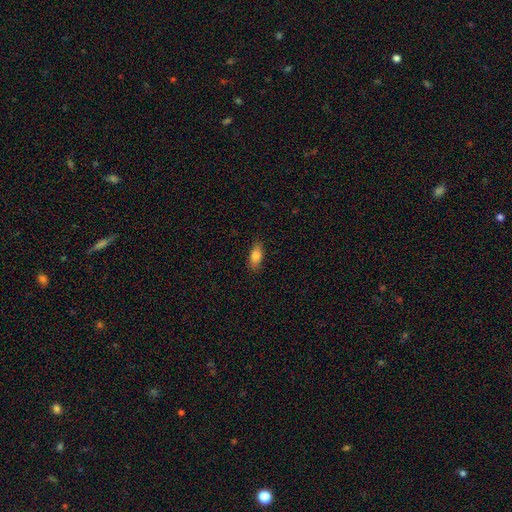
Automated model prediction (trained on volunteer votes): smooth_or_featured: smooth (p=0.82) [alt: featured or disk p=0.11]
how_rounded: in between (p=0.83) [alt: cigar-shaped p=0.14]
merging: none (p=0.85) [alt: minor disturbance p=0.11]